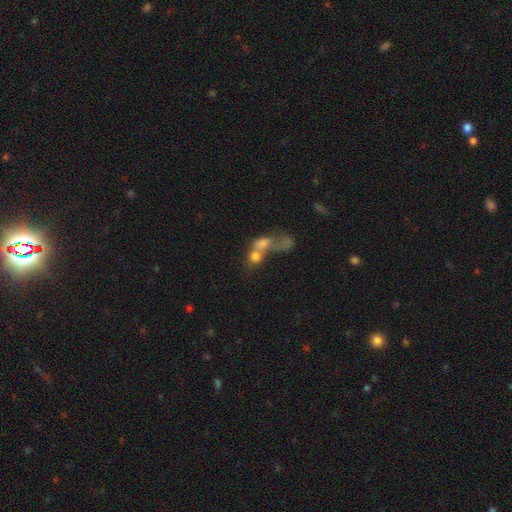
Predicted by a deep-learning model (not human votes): Overall: smooth (66%). How rounded: round (50%; in between 46%). Merging: merger (73%).